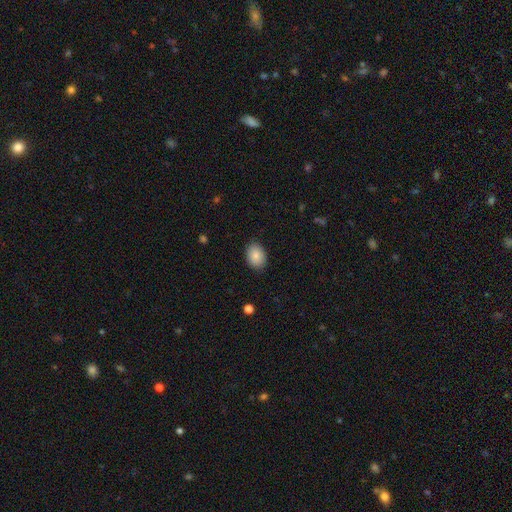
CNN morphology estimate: Smooth or featured? smooth (86%)
How rounded? in between (73%)
Merging? none (87%)